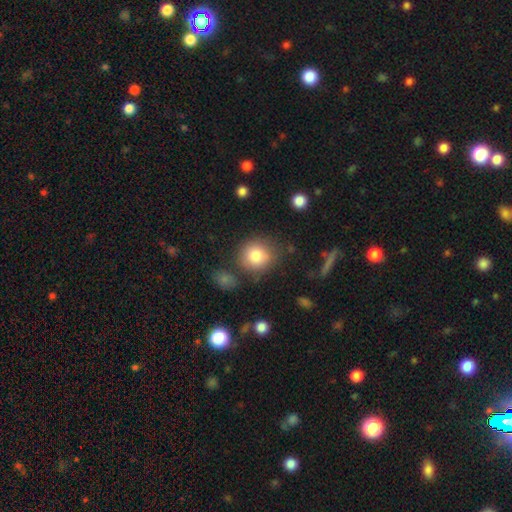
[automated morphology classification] Smooth or featured: smooth — 81% (star or artifact — 10%)
How rounded: round — 86% (in between — 13%)
Merging: none — 77% (minor disturbance — 13%)